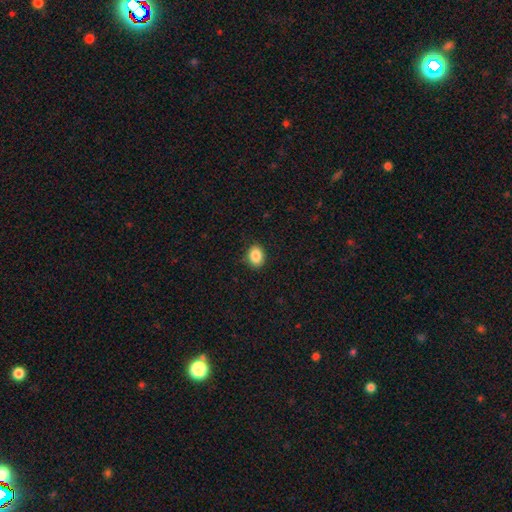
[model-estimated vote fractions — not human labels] Q: Smooth or featured?
A: smooth (88%); runner-up: star or artifact (8%)
Q: How rounded?
A: in between (61%); runner-up: round (38%)
Q: Merging?
A: none (88%); runner-up: minor disturbance (9%)